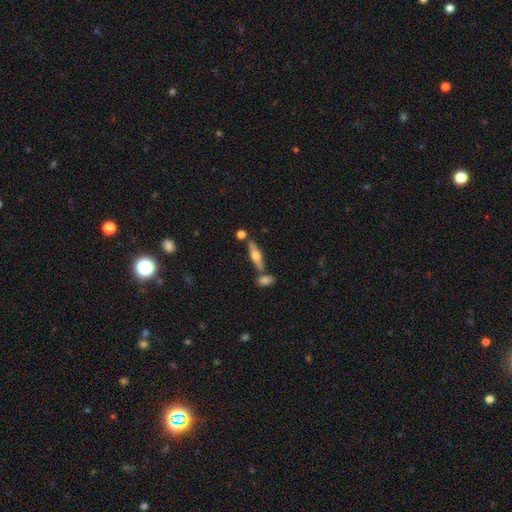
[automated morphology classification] Smooth or featured: featured or disk — 54% (smooth — 40%)
Edge-on disk: yes — 92% (no — 8%)
Merging: none — 73% (merger — 14%)